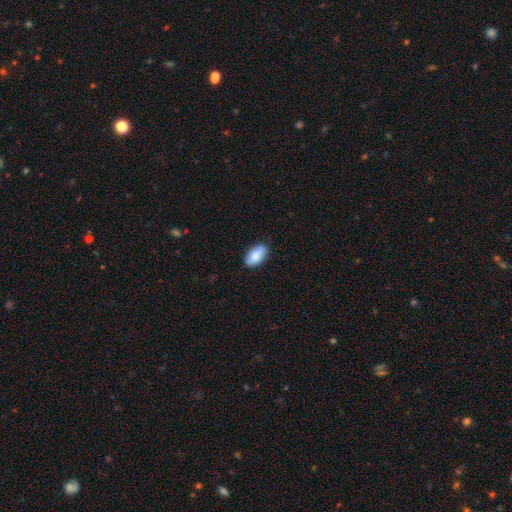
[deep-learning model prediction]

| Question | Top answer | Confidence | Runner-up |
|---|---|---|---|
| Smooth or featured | smooth | 83% | featured or disk (10%) |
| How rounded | in between | 93% | round (4%) |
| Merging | none | 85% | minor disturbance (12%) |